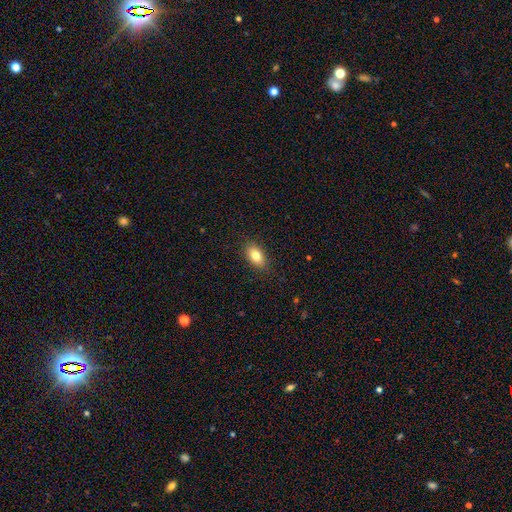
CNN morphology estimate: Smooth or featured? smooth (81%)
How rounded? in between (89%)
Merging? none (87%)